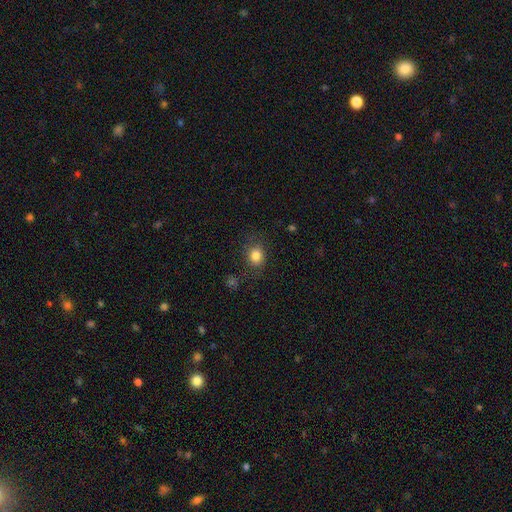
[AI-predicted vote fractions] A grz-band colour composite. It shows a smooth galaxy with no disk features (82%) that is round (70%). Merging: none (82%).